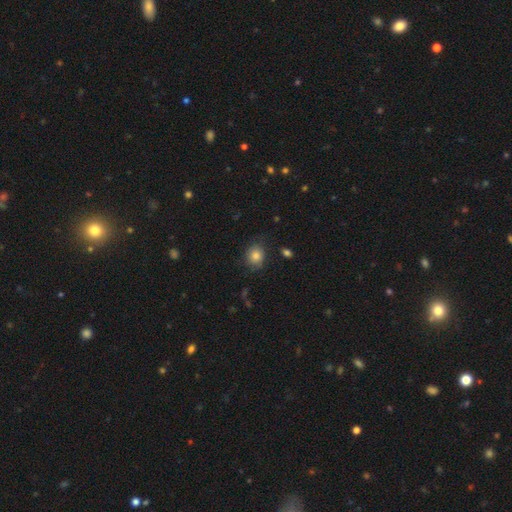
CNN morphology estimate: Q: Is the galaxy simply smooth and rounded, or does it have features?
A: smooth — 79%.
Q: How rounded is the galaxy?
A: round — 62%.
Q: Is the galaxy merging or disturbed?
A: none — 72%.